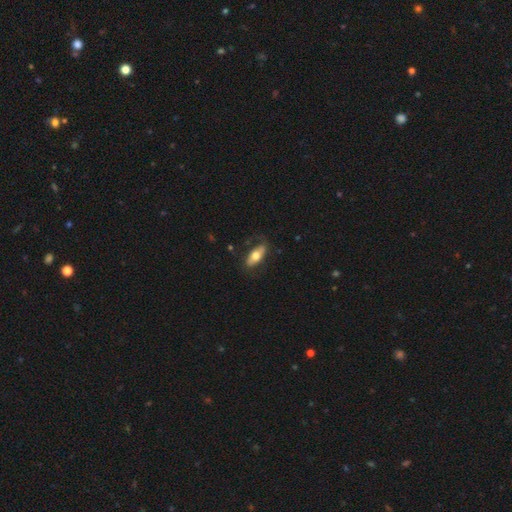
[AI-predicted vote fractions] A smooth galaxy with no disk features (61%) that is in between round and cigar-shaped (79%).

Vote fractions:
- Smooth or featured? smooth: 61% / featured or disk: 34% / star or artifact: 5%
- How rounded? in between: 79% / cigar-shaped: 18% / round: 3%
- Merging? none: 74% / minor disturbance: 17% / major disturbance: 7% / merger: 1%